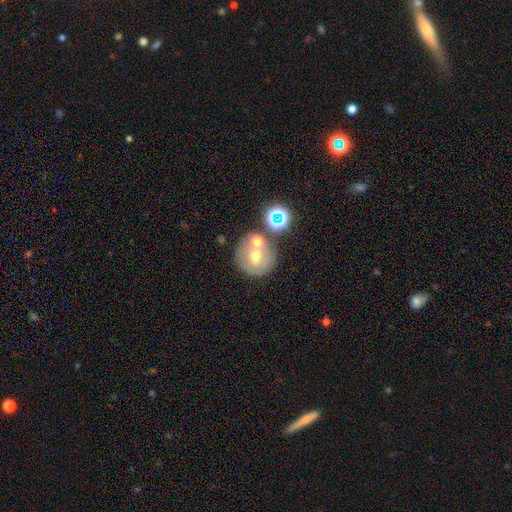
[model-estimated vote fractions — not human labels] Smooth or featured?
  - smooth: 57% *
  - featured or disk: 27%
  - star or artifact: 16%
How rounded?
  - round: 91% *
  - in between: 8%
  - cigar-shaped: 1%
Merging?
  - none: 57% *
  - merger: 28%
  - minor disturbance: 10%
  - major disturbance: 4%